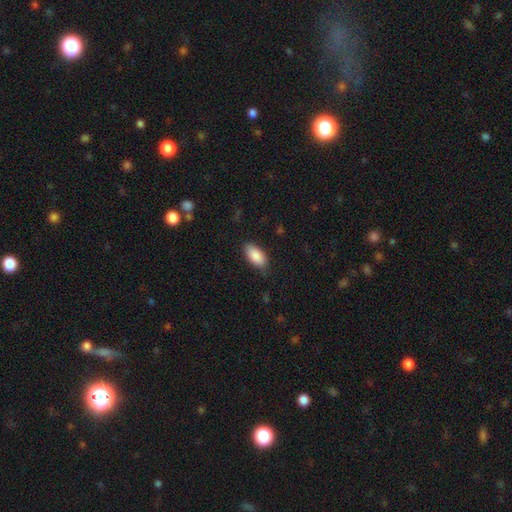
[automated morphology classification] smooth_or_featured: smooth (p=0.89) [alt: star or artifact p=0.06]
how_rounded: in between (p=0.93) [alt: cigar-shaped p=0.05]
merging: none (p=0.83) [alt: minor disturbance p=0.13]